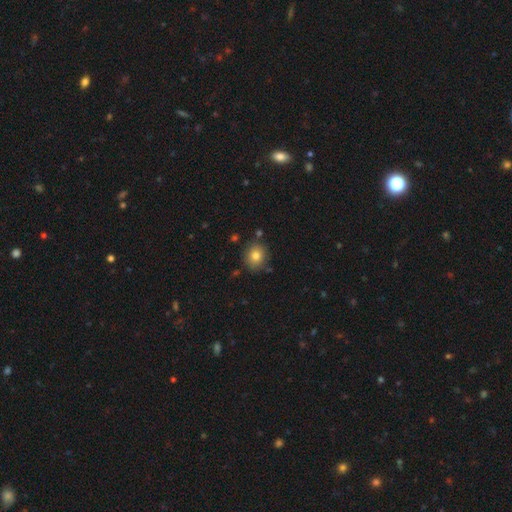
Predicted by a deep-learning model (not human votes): Smooth or featured: smooth — 79% (star or artifact — 11%)
How rounded: round — 77% (in between — 22%)
Merging: none — 83% (minor disturbance — 11%)